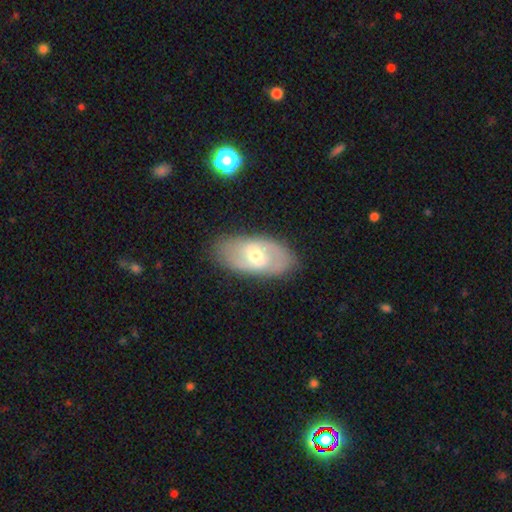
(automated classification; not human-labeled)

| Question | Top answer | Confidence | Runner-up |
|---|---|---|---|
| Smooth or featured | featured or disk | 63% | smooth (30%) |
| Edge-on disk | no | 92% | yes (8%) |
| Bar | weak | 47% | no (40%) |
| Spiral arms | yes | 72% | no (28%) |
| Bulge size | moderate | 60% | small (33%) |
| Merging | none | 84% | minor disturbance (12%) |